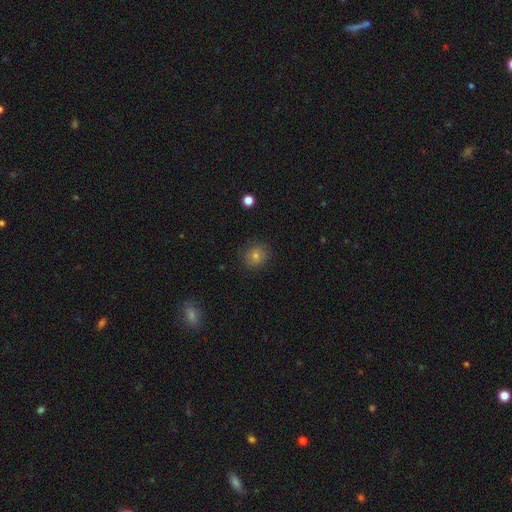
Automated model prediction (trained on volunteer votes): Q: Smooth or featured?
A: smooth (72%); runner-up: star or artifact (17%)
Q: How rounded?
A: round (86%); runner-up: in between (13%)
Q: Merging?
A: none (87%); runner-up: minor disturbance (9%)